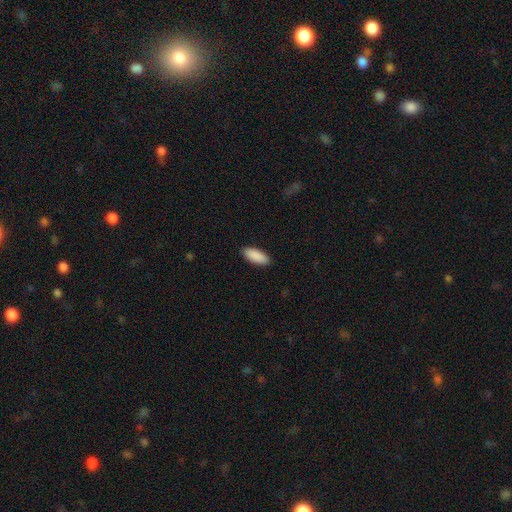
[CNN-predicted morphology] Smooth or featured? smooth (91%)
How rounded? in between (82%)
Merging? none (90%)